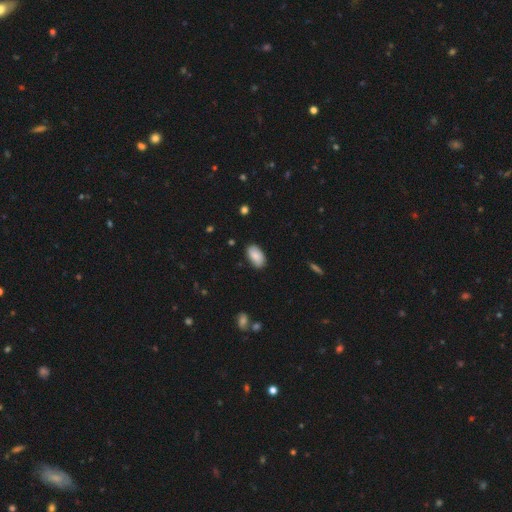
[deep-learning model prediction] Q: Smooth or featured?
A: smooth (87%); runner-up: star or artifact (6%)
Q: How rounded?
A: in between (95%); runner-up: round (3%)
Q: Merging?
A: none (84%); runner-up: minor disturbance (12%)